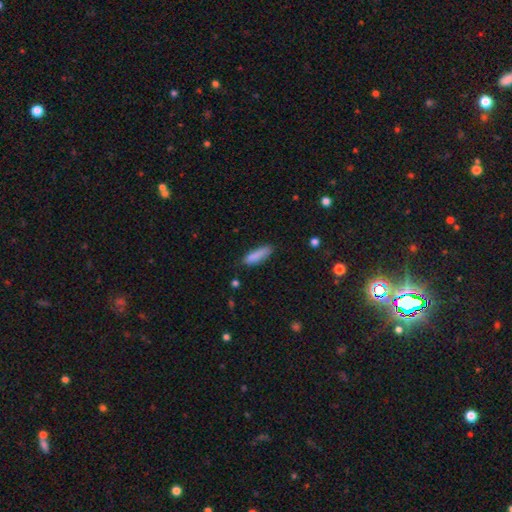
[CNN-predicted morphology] A smooth galaxy with no disk features (86%) that is cigar-shaped (58%). Merging: none (74%).